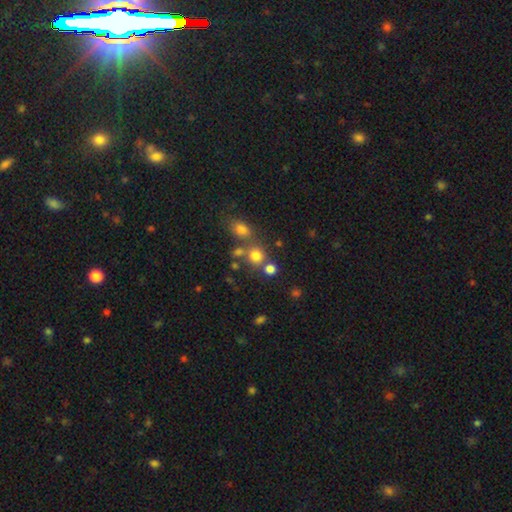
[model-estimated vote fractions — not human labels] A smooth galaxy with no disk features (75%) that is round (84%).

Vote fractions:
- Smooth or featured? smooth: 75% / star or artifact: 16% / featured or disk: 9%
- How rounded? round: 84% / in between: 15% / cigar-shaped: 1%
- Merging? none: 60% / merger: 25% / minor disturbance: 10% / major disturbance: 5%